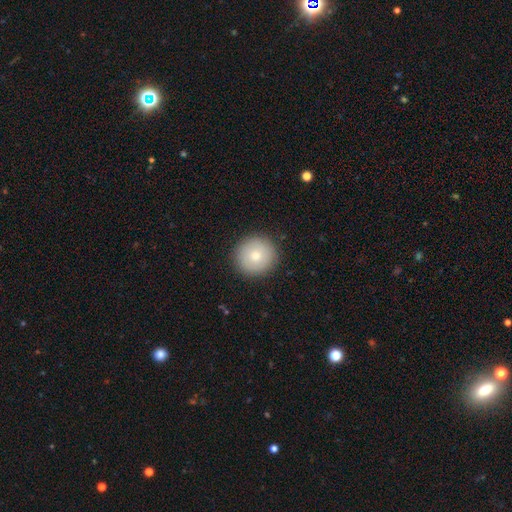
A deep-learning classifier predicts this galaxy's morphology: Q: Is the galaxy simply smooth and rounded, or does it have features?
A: smooth — 78%.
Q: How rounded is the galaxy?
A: round — 95%.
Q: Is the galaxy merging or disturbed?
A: none — 91%.